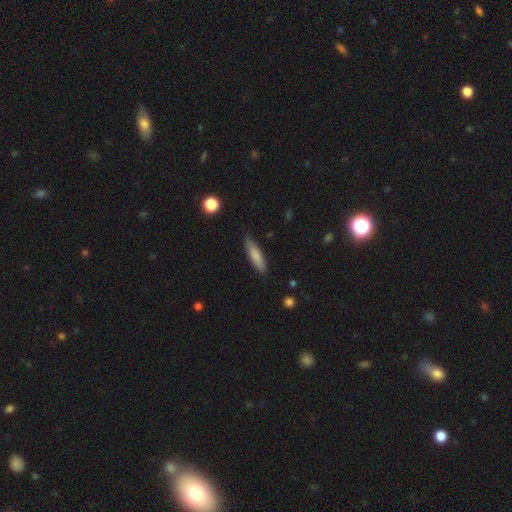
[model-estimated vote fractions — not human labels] Smooth or featured?
  - smooth: 80% *
  - featured or disk: 14%
  - star or artifact: 6%
How rounded?
  - cigar-shaped: 72% *
  - in between: 26%
  - round: 2%
Merging?
  - none: 80% *
  - minor disturbance: 16%
  - major disturbance: 3%
  - merger: 1%